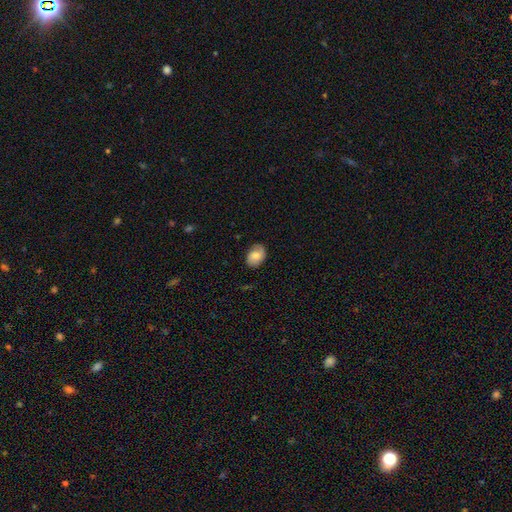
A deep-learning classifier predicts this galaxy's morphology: Smooth or featured? smooth (63%)
How rounded? in between (71%)
Merging? none (75%)